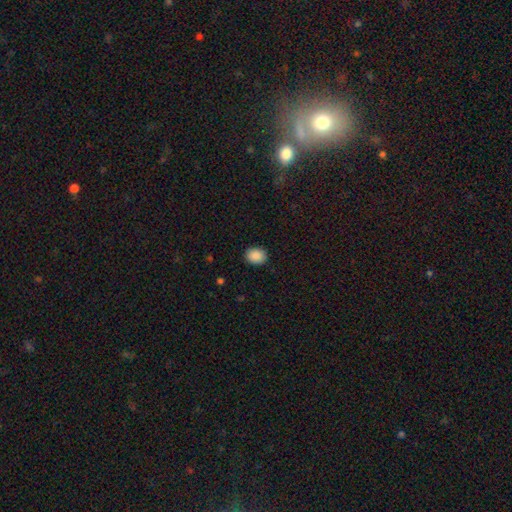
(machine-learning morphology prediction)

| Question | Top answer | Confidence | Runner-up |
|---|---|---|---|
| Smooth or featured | smooth | 89% | star or artifact (8%) |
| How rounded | round | 51% | in between (48%) |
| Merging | none | 90% | minor disturbance (7%) |